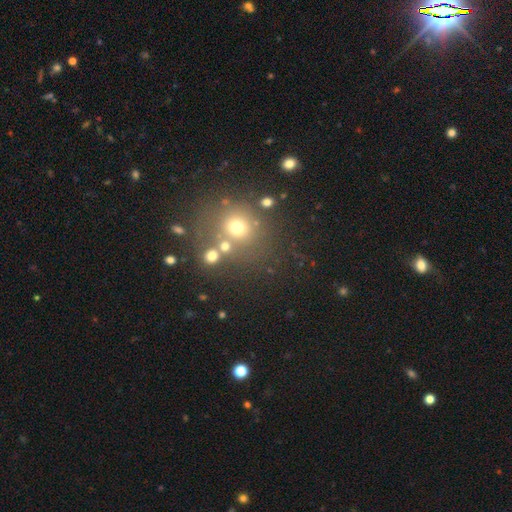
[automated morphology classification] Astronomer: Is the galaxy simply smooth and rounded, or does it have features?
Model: smooth — 47% (runner-up: star or artifact, 39%).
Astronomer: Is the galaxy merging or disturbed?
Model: none — 63%.